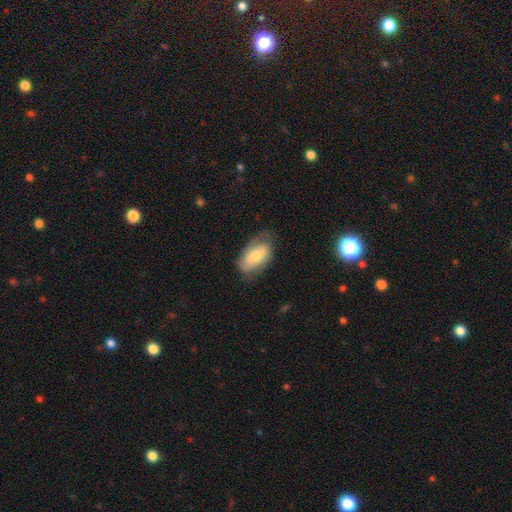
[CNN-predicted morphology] Smooth or featured?
  - smooth: 56% *
  - featured or disk: 37%
  - star or artifact: 6%
How rounded?
  - in between: 91% *
  - round: 5%
  - cigar-shaped: 3%
Merging?
  - none: 66% *
  - minor disturbance: 25%
  - major disturbance: 8%
  - merger: 1%